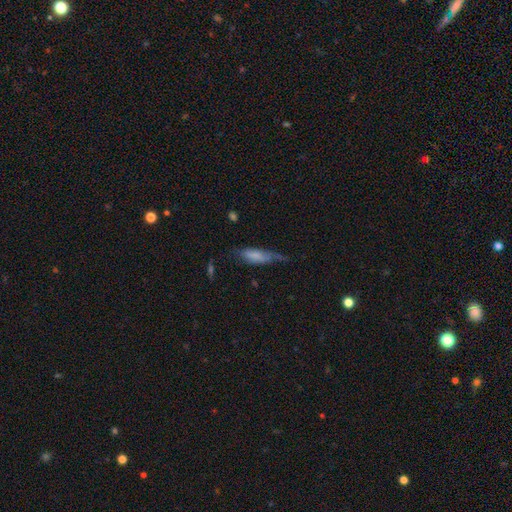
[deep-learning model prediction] The model was most divided on "merging": minor disturbance: 38%, none: 31%, major disturbance: 28%, merger: 4%. More confident: smooth or featured — smooth (67%); how rounded — in between (54%).